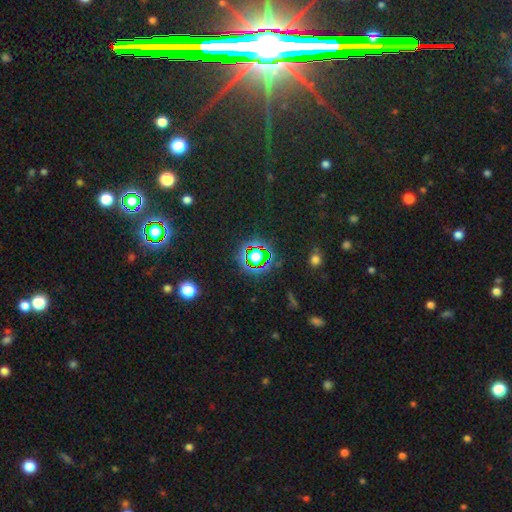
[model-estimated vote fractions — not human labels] Smooth or featured? star or artifact (73%)